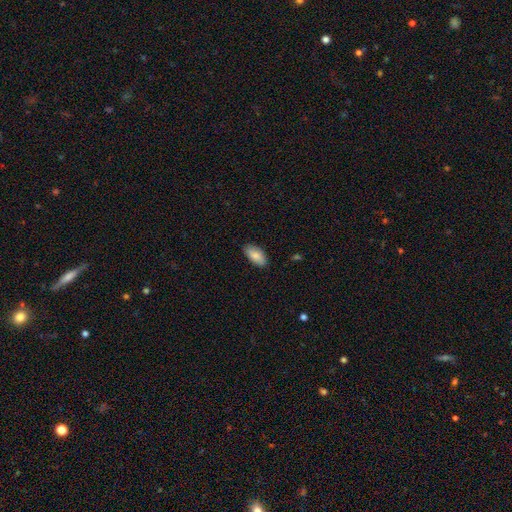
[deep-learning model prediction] Smooth or featured?
  - smooth: 86% *
  - featured or disk: 8%
  - star or artifact: 6%
How rounded?
  - in between: 94% *
  - cigar-shaped: 4%
  - round: 2%
Merging?
  - none: 86% *
  - minor disturbance: 11%
  - major disturbance: 2%
  - merger: 1%